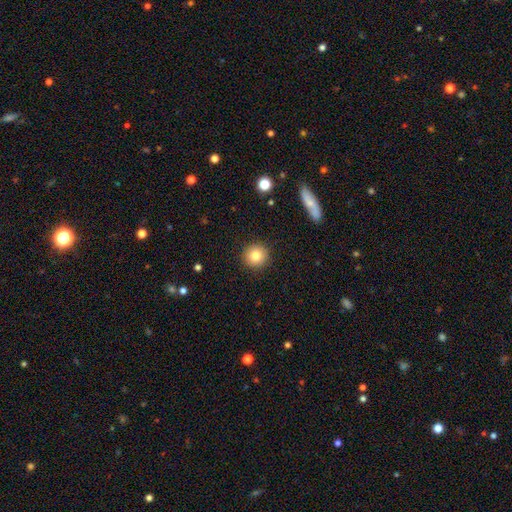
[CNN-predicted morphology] Overall: smooth (82%). How rounded: round (94%). Merging: none (92%).